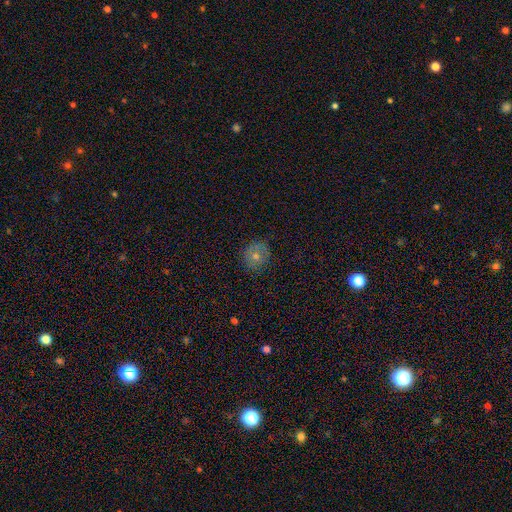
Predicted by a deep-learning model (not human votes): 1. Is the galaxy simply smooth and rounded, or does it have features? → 68% smooth, 20% featured or disk, 12% star or artifact.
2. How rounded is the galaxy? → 84% round, 15% in between, 1% cigar-shaped.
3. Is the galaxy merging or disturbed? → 78% none, 17% minor disturbance, 4% major disturbance, 1% merger.